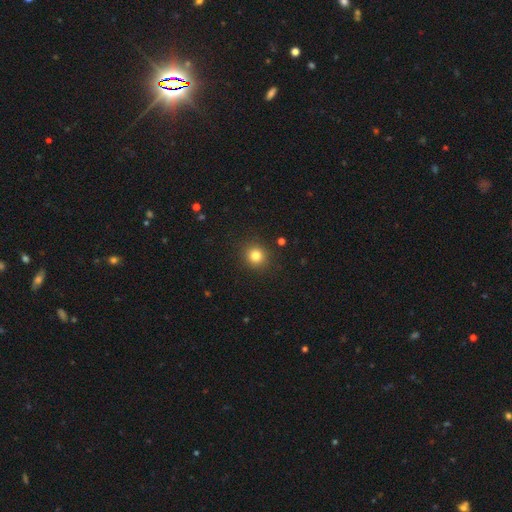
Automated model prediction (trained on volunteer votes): Smooth or featured? smooth (81%)
How rounded? round (90%)
Merging? none (90%)